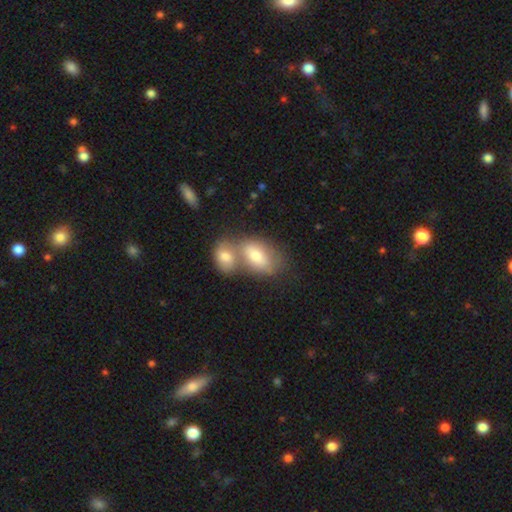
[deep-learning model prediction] Overall: smooth (72%). How rounded: in between (89%). Merging: merger (60%; none 27%).